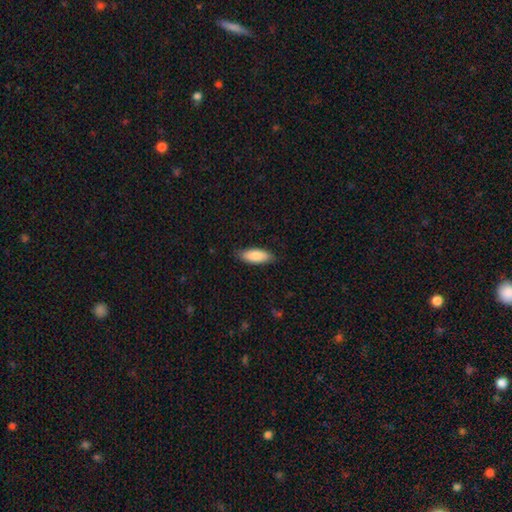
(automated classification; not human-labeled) Morphology: type=smooth (87%); roundness=in between (75%); merging=none (84%).